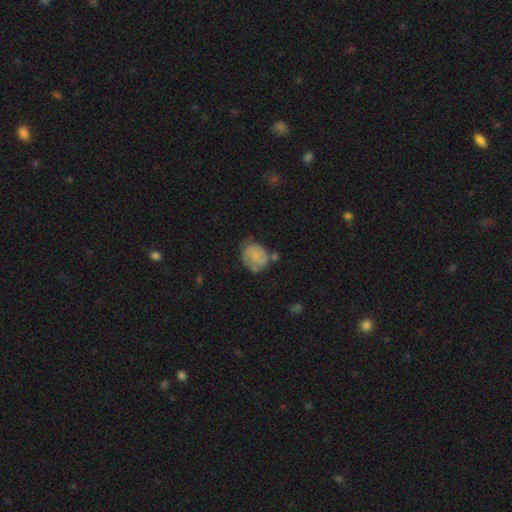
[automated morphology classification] Smooth or featured? smooth (60%)
How rounded? round (57%)
Merging? none (52%)